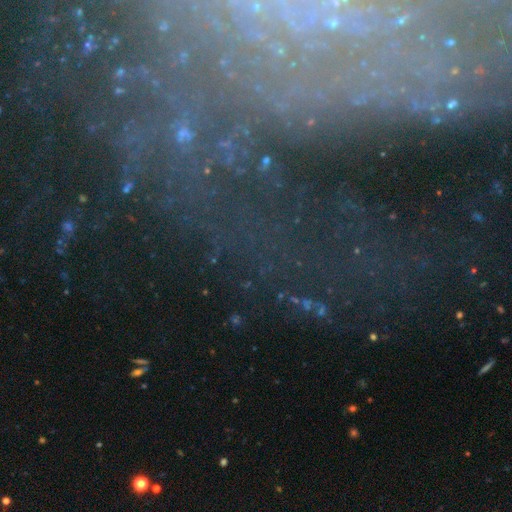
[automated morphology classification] featured or disk 58%, star or artifact 27%, smooth 15%. Down the decision tree: edge-on disk — no (87%); bar — no (57%); spiral arms — yes (79%); bulge size — small (58%); merging — none (65%).